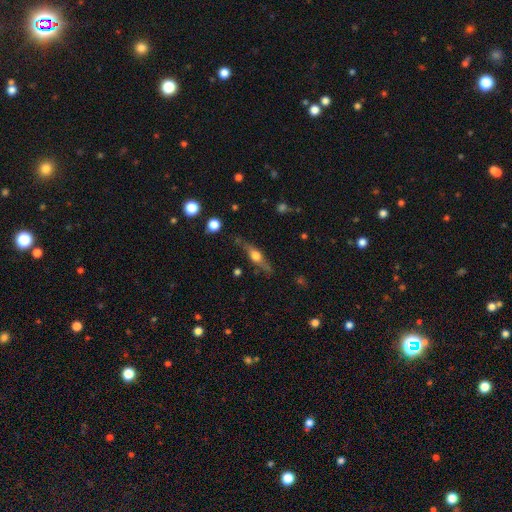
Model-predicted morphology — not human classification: Smooth or featured? featured or disk (62%)
Edge-on disk? yes (93%)
Edge-on bulge? rounded (92%)
Merging? none (77%)